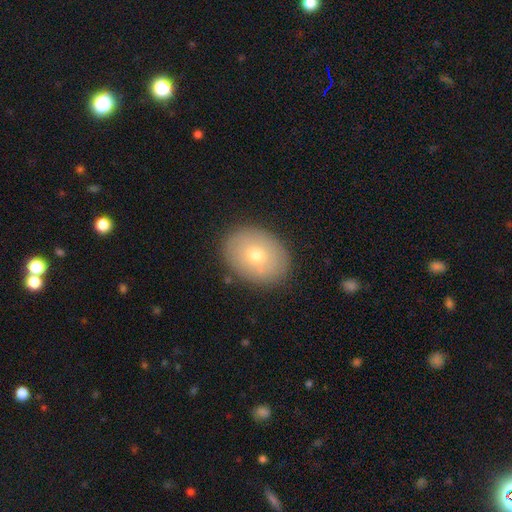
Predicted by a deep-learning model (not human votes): Smooth or featured? smooth (66%)
How rounded? in between (66%)
Merging? none (86%)